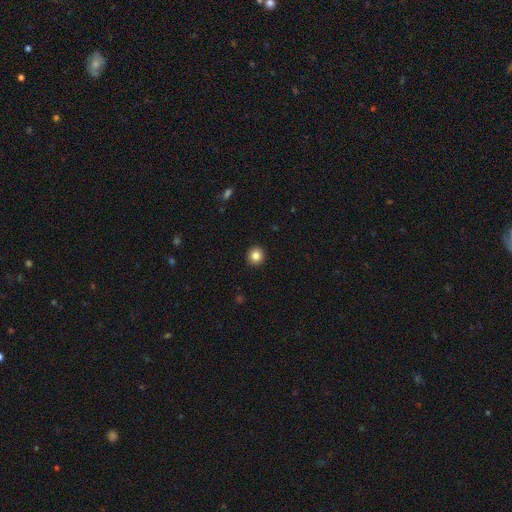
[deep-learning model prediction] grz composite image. It shows a smooth galaxy with no disk features (85%) that is round (93%). Merging: none (93%).